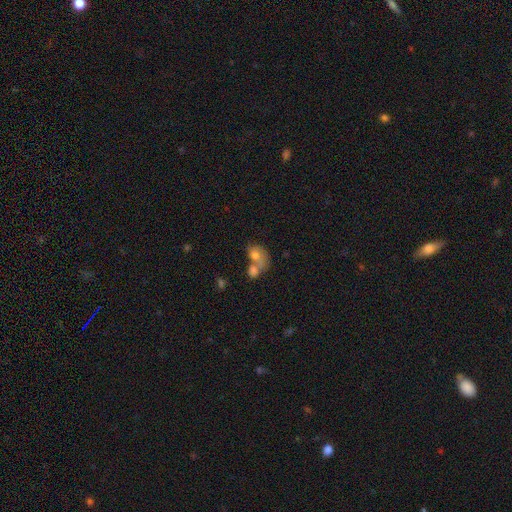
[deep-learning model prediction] Smooth or featured?
  - smooth: 69% *
  - featured or disk: 22%
  - star or artifact: 10%
How rounded?
  - in between: 71% *
  - round: 27%
  - cigar-shaped: 2%
Merging?
  - merger: 62% *
  - none: 20%
  - minor disturbance: 9%
  - major disturbance: 9%